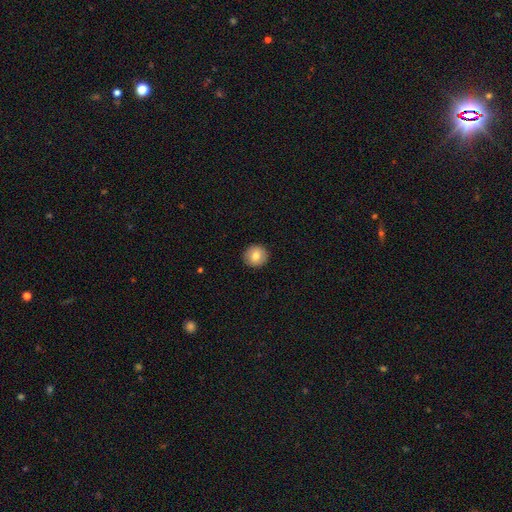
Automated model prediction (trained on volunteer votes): Smooth or featured: smooth — 80% (featured or disk — 12%)
How rounded: round — 94% (in between — 5%)
Merging: none — 93% (minor disturbance — 5%)